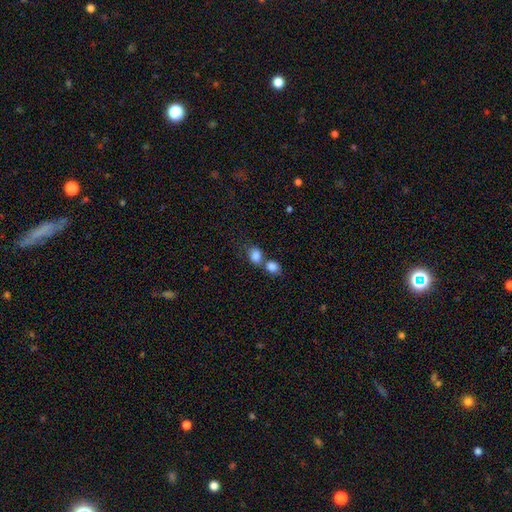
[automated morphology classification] Smooth or featured? smooth (84%)
How rounded? in between (53%)
Merging? merger (56%)